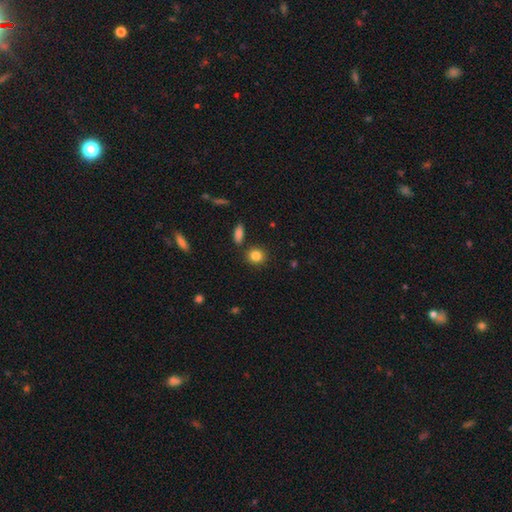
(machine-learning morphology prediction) smooth-or-featured: smooth: 85% | star or artifact: 10% | featured or disk: 6%
  how-rounded: round: 79% | in between: 20% | cigar-shaped: 1%
  merging: none: 82% | minor disturbance: 9% | merger: 6% | major disturbance: 3%